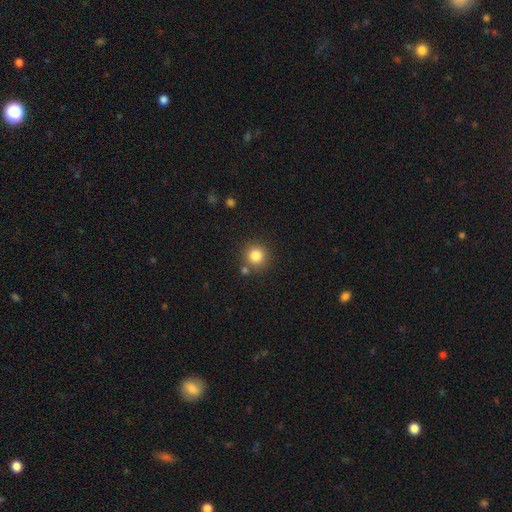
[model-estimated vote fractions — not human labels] smooth_or_featured: smooth (p=0.83) [alt: star or artifact p=0.11]
how_rounded: round (p=0.93) [alt: in between p=0.06]
merging: none (p=0.79) [alt: merger p=0.10]